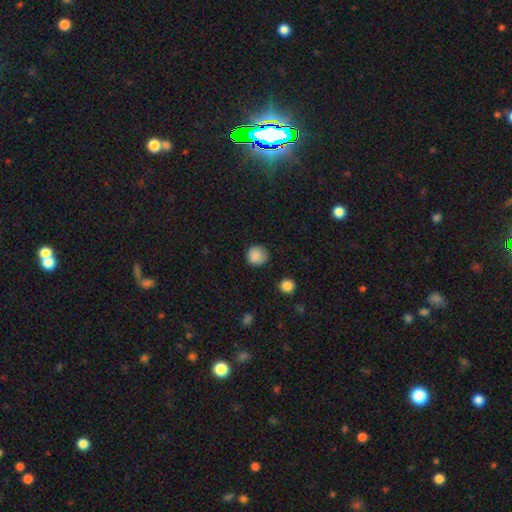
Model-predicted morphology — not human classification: Overall: smooth (87%). How rounded: round (92%). Merging: none (85%).